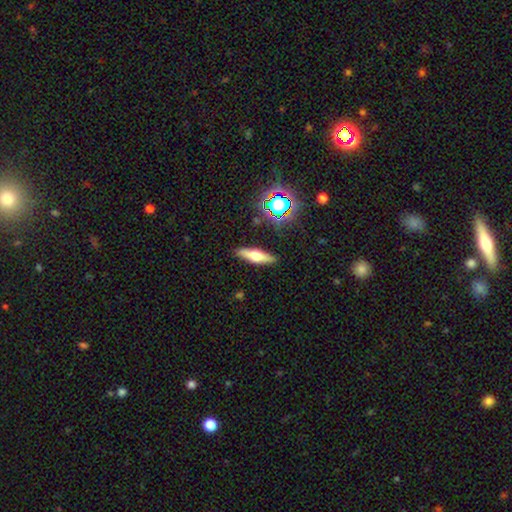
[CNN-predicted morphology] smooth-or-featured: featured or disk: 47% | smooth: 43% | star or artifact: 10%
  merging: none: 88% | minor disturbance: 8% | major disturbance: 2% | merger: 2%